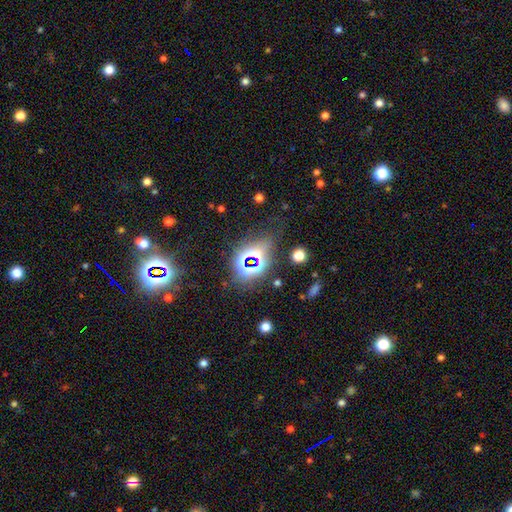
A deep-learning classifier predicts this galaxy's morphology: Smooth or featured?
  - star or artifact: 63% *
  - smooth: 25%
  - featured or disk: 11%